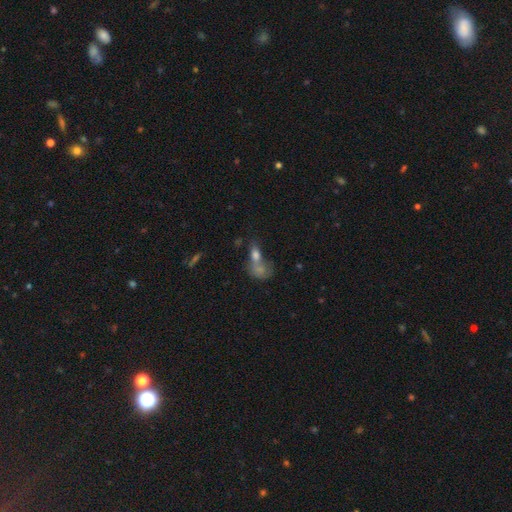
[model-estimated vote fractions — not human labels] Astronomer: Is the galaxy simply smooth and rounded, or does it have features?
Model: smooth — 69%.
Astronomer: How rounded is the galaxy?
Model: in between — 72%.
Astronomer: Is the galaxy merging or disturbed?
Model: merger — 55%.